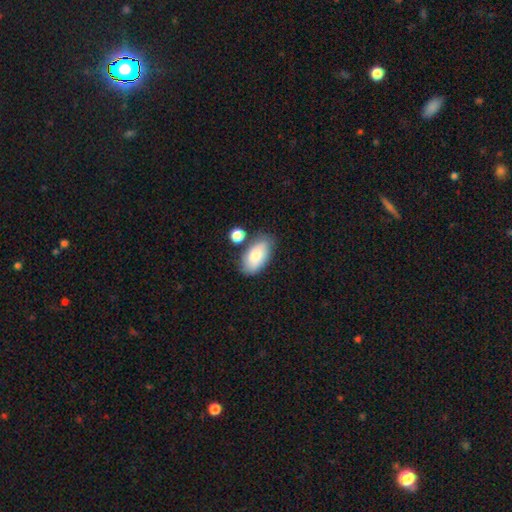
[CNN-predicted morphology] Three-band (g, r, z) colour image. It shows a smooth galaxy with no disk features (79%) that is in between round and cigar-shaped (94%). Merging: none (67%).